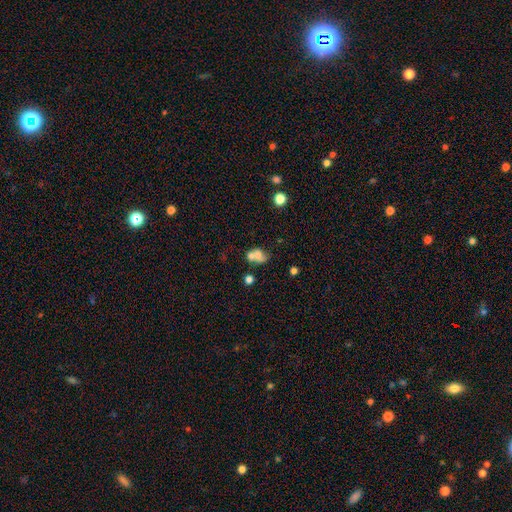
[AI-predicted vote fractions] smooth_or_featured: smooth (p=0.58) [alt: featured or disk p=0.28]
how_rounded: in between (p=0.59) [alt: round p=0.39]
merging: merger (p=0.54) [alt: none p=0.24]